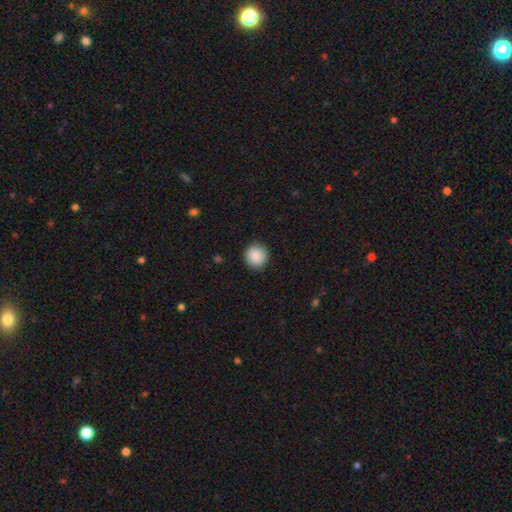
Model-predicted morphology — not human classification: smooth_or_featured: smooth (p=0.89) [alt: star or artifact p=0.08]
how_rounded: round (p=0.94) [alt: in between p=0.05]
merging: none (p=0.91) [alt: minor disturbance p=0.06]